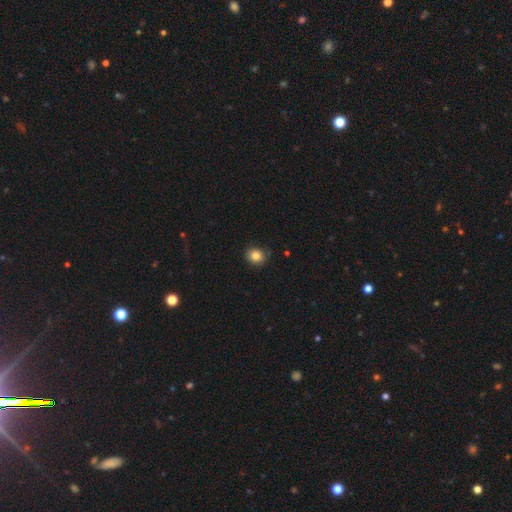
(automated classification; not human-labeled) Morphology: type=smooth (85%); roundness=round (75%); merging=none (88%).